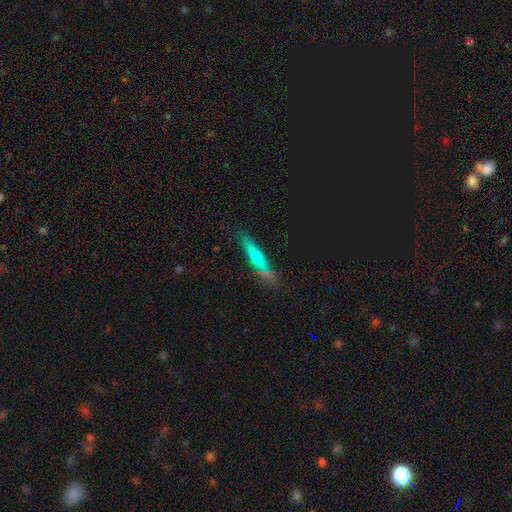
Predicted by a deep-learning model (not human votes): This appears to be a featured or disk galaxy (49%). Merging: none (76%).